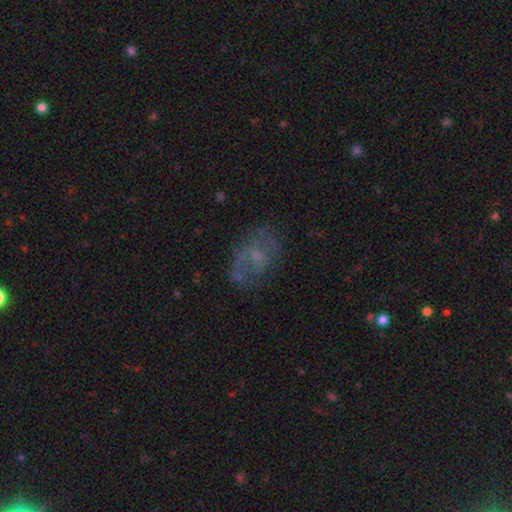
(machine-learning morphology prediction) The model was most divided on "smooth or featured": featured or disk: 51%, smooth: 34%, star or artifact: 14%. More confident: edge-on disk — no (96%); merging — none (51%).